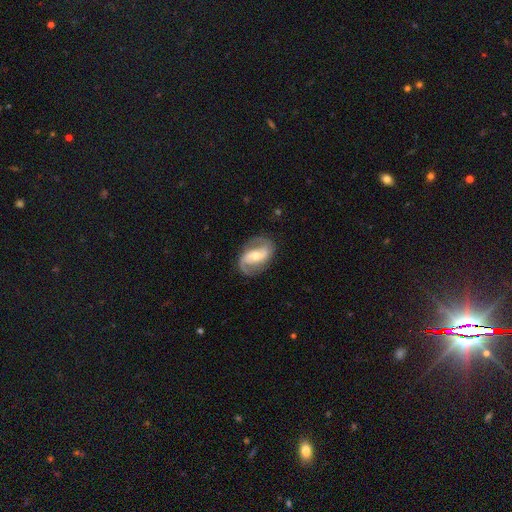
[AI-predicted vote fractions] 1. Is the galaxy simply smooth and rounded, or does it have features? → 86% featured or disk, 10% smooth, 5% star or artifact.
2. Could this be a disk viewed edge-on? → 97% no, 3% yes.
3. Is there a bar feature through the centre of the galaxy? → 41% weak, 36% strong, 24% no.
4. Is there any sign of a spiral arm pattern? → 94% yes, 6% no.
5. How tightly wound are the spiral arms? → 49% medium, 29% loose, 22% tight.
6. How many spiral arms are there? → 89% 2, 4% can't tell, 3% 1, 1% 3, 1% 4, 1% more than 4.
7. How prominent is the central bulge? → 59% moderate, 34% small, 4% large, 1% none, 1% dominant.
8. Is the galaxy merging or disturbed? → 79% none, 14% minor disturbance, 6% major disturbance, 1% merger.